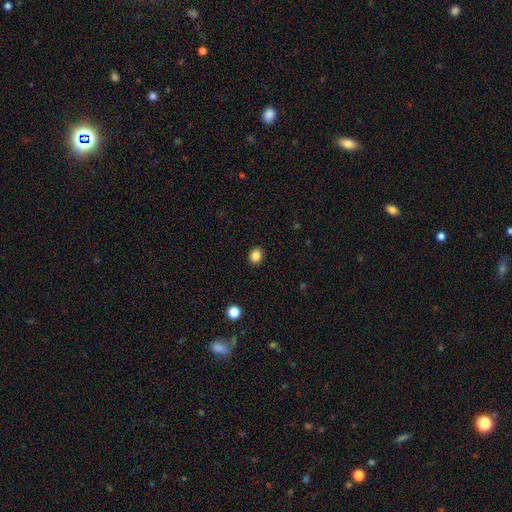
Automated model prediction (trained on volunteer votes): A smooth galaxy with no disk features (85%) that is round (68%).

Vote fractions:
- Smooth or featured? smooth: 85% / star or artifact: 11% / featured or disk: 4%
- How rounded? round: 68% / in between: 31% / cigar-shaped: 1%
- Merging? none: 90% / minor disturbance: 7% / major disturbance: 2% / merger: 1%